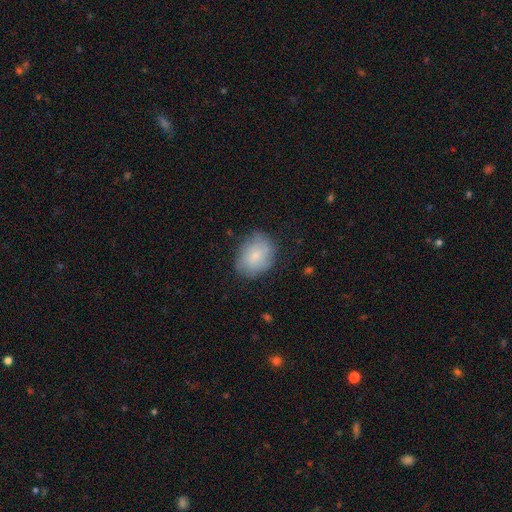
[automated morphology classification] This is likely a smooth galaxy (61%). How rounded: possibly in between (59%). Merging: likely none (72%).